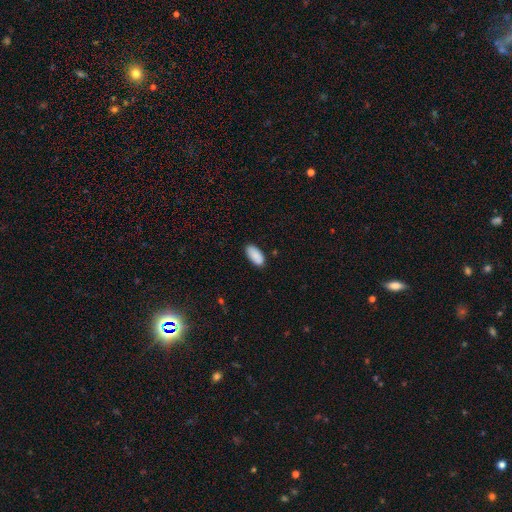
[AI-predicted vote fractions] This appears to be a smooth galaxy with no disk features (90%) that is in between round and cigar-shaped (93%). Merging: none (85%).